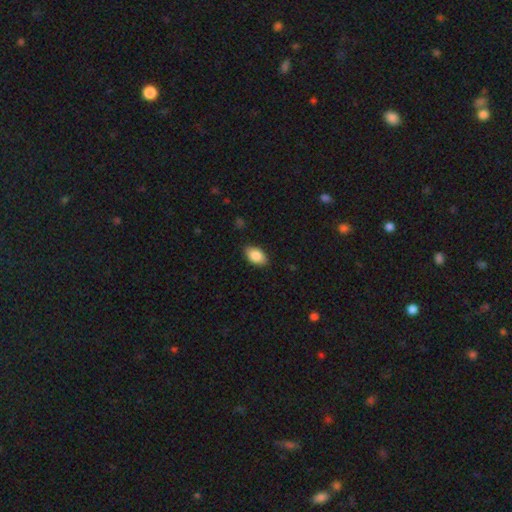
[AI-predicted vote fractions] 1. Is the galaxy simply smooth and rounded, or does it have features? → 87% smooth, 7% star or artifact, 6% featured or disk.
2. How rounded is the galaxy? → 92% in between, 6% round, 2% cigar-shaped.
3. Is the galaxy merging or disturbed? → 87% none, 10% minor disturbance, 2% major disturbance, 1% merger.